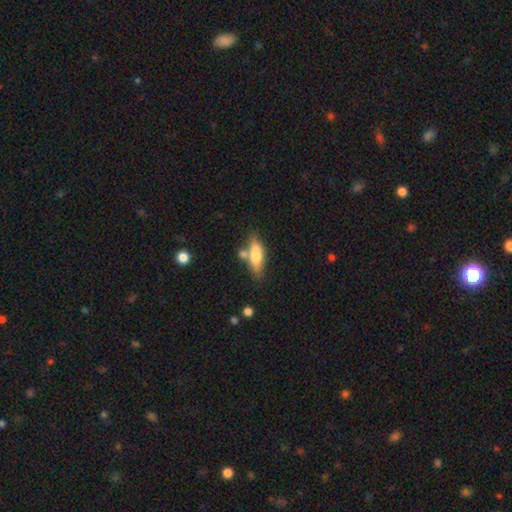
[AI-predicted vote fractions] smooth 62%, featured or disk 32%, star or artifact 7%. Down the decision tree: how rounded — in between (55%); merging — none (62%).